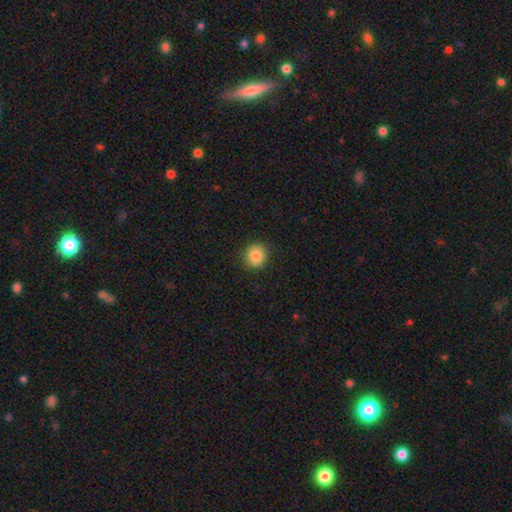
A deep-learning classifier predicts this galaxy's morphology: A smooth galaxy with no disk features (85%) that is round (81%).

Vote fractions:
- Smooth or featured? smooth: 85% / star or artifact: 9% / featured or disk: 6%
- How rounded? round: 81% / in between: 18% / cigar-shaped: 1%
- Merging? none: 90% / minor disturbance: 7% / major disturbance: 2% / merger: 1%